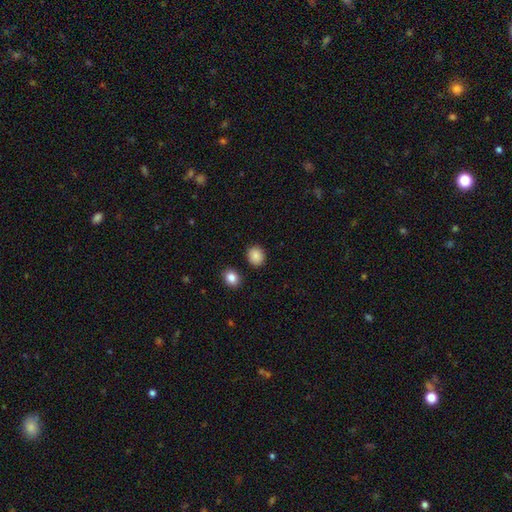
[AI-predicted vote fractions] smooth-or-featured: smooth: 88% | star or artifact: 9% | featured or disk: 3%
  how-rounded: round: 74% | in between: 25% | cigar-shaped: 1%
  merging: none: 88% | minor disturbance: 7% | merger: 3% | major disturbance: 2%